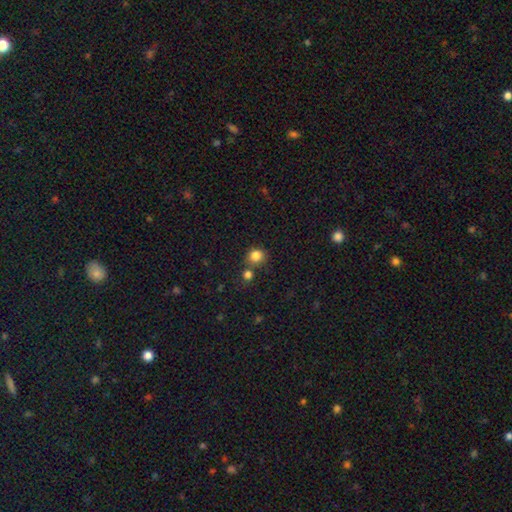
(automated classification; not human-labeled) smooth-or-featured: smooth: 83% | star or artifact: 12% | featured or disk: 5%
  how-rounded: round: 81% | in between: 18% | cigar-shaped: 1%
  merging: none: 67% | merger: 18% | minor disturbance: 11% | major disturbance: 4%